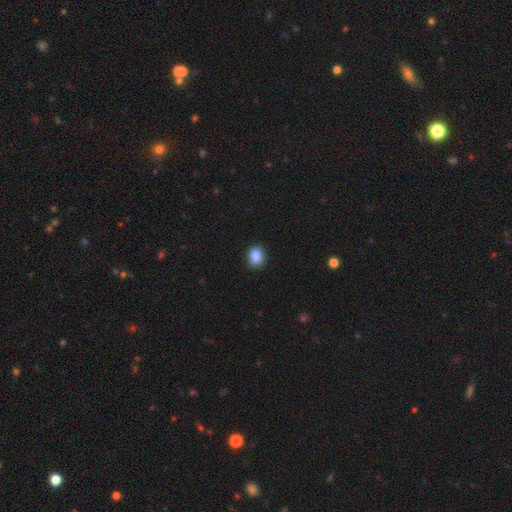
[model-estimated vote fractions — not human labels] A smooth galaxy with no disk features (88%) that is in between round and cigar-shaped (51%). Merging: none (88%).